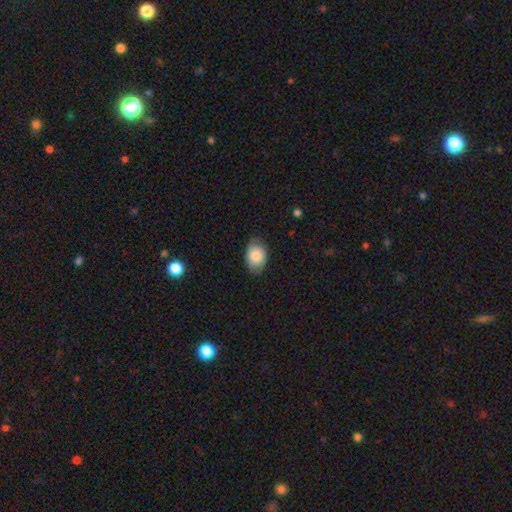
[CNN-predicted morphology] Smooth or featured? smooth (81%)
How rounded? in between (81%)
Merging? none (78%)